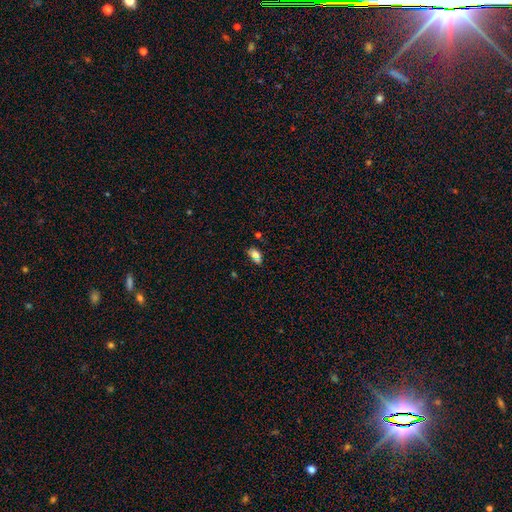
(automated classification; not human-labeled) The model was most divided on "merging": none: 55%, minor disturbance: 25%, merger: 12%, major disturbance: 9%. More confident: how rounded — in between (86%); smooth or featured — smooth (74%).